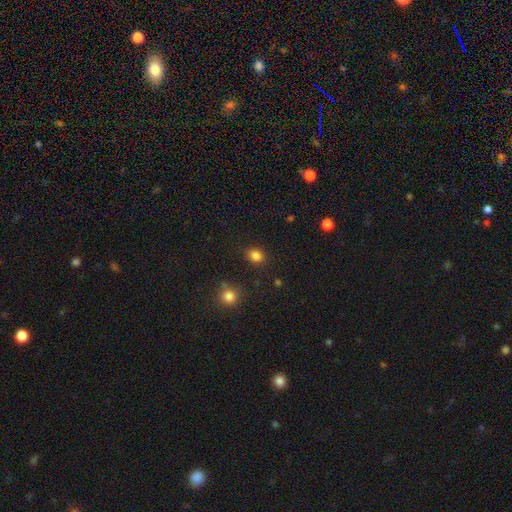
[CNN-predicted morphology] Smooth or featured?
  - smooth: 84% *
  - star or artifact: 12%
  - featured or disk: 4%
How rounded?
  - in between: 50% *
  - round: 49%
  - cigar-shaped: 1%
Merging?
  - none: 82% *
  - minor disturbance: 12%
  - major disturbance: 3%
  - merger: 3%